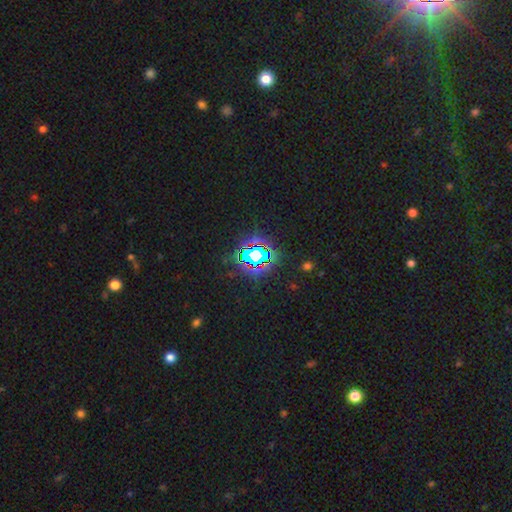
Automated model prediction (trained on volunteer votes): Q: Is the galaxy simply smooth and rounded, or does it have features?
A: star or artifact — 73%.